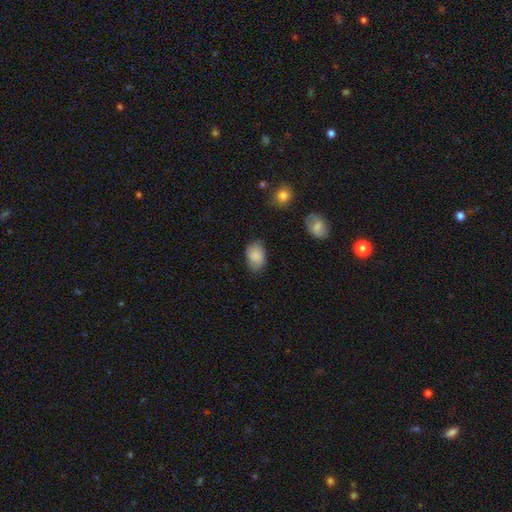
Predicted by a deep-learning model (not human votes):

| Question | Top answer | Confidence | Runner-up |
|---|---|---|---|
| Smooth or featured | smooth | 84% | featured or disk (9%) |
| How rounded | in between | 82% | round (17%) |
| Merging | none | 70% | minor disturbance (23%) |